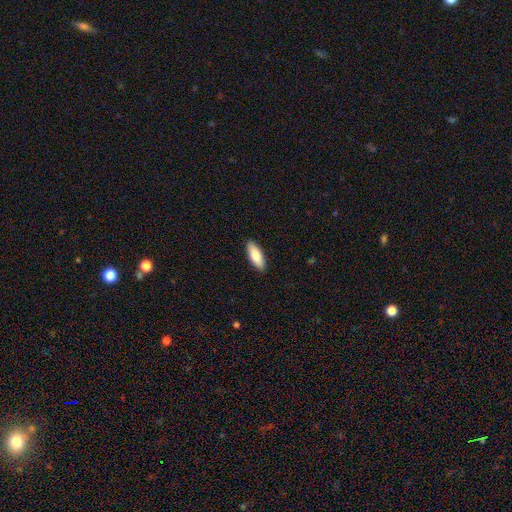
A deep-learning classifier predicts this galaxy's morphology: smooth_or_featured: smooth (p=0.81) [alt: featured or disk p=0.13]
how_rounded: in between (p=0.67) [alt: cigar-shaped p=0.31]
merging: none (p=0.90) [alt: minor disturbance p=0.07]